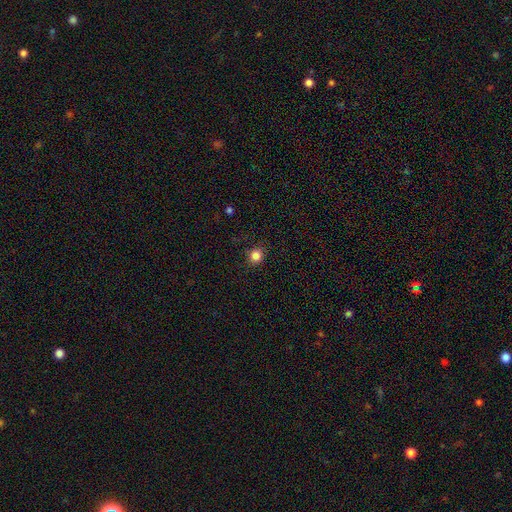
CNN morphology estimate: A smooth galaxy with no disk features (84%) that is round (84%).

Vote fractions:
- Smooth or featured? smooth: 84% / star or artifact: 12% / featured or disk: 4%
- How rounded? round: 84% / in between: 15% / cigar-shaped: 1%
- Merging? none: 89% / minor disturbance: 8% / major disturbance: 2% / merger: 1%